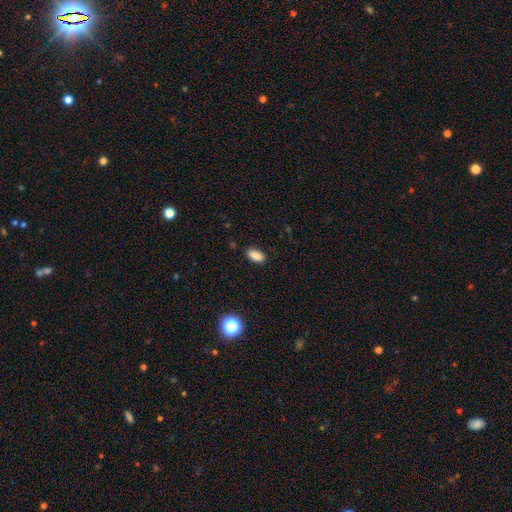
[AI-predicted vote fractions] A smooth galaxy with no disk features (87%) that is in between round and cigar-shaped (89%).

Vote fractions:
- Smooth or featured? smooth: 87% / star or artifact: 9% / featured or disk: 4%
- How rounded? in between: 89% / cigar-shaped: 6% / round: 4%
- Merging? none: 87% / minor disturbance: 9% / major disturbance: 2% / merger: 1%